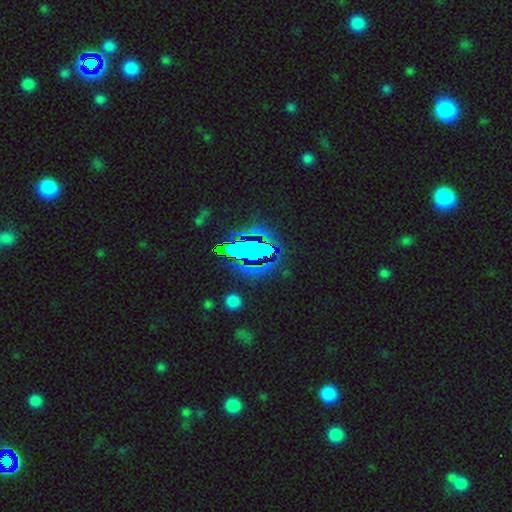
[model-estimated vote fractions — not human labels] Smooth or featured: star or artifact — 80% (smooth — 12%)